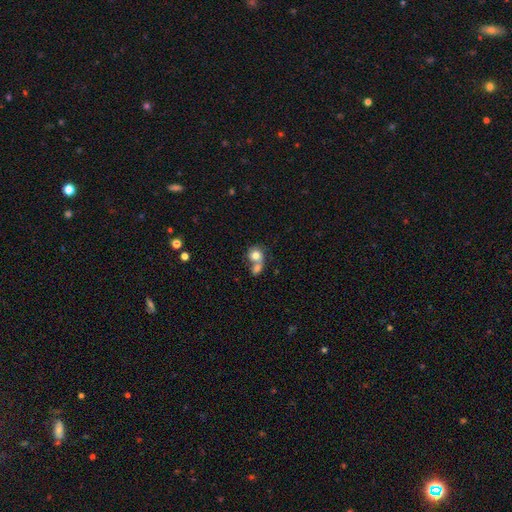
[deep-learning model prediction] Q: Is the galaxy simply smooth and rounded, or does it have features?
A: smooth — 74%.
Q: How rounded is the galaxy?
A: round — 71%.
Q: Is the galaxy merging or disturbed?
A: merger — 66%.